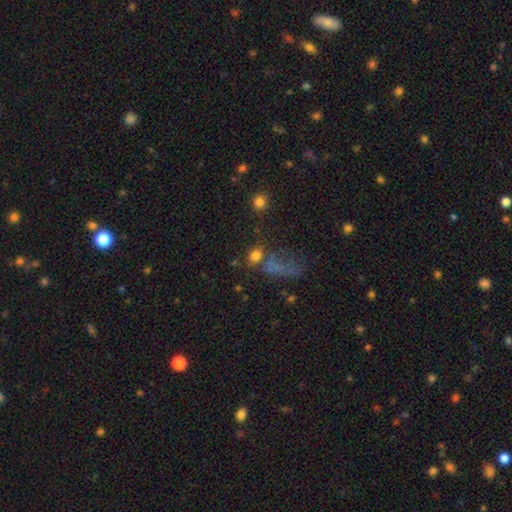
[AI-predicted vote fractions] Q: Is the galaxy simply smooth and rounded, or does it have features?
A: smooth — 75%.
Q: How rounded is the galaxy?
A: round — 49%.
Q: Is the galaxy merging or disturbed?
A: none — 60%.